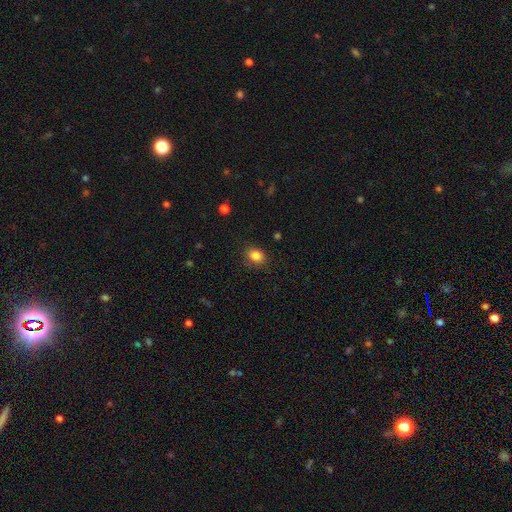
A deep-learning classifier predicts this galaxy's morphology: smooth-or-featured: smooth: 85% | star or artifact: 10% | featured or disk: 5%
  how-rounded: in between: 54% | round: 45% | cigar-shaped: 1%
  merging: none: 81% | minor disturbance: 14% | major disturbance: 4% | merger: 1%